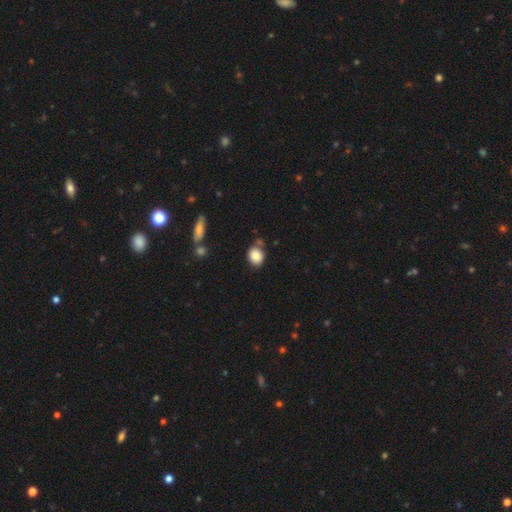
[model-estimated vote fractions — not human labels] This appears to be a smooth galaxy with no disk features (84%) that is round (57%). Merging: none (70%).